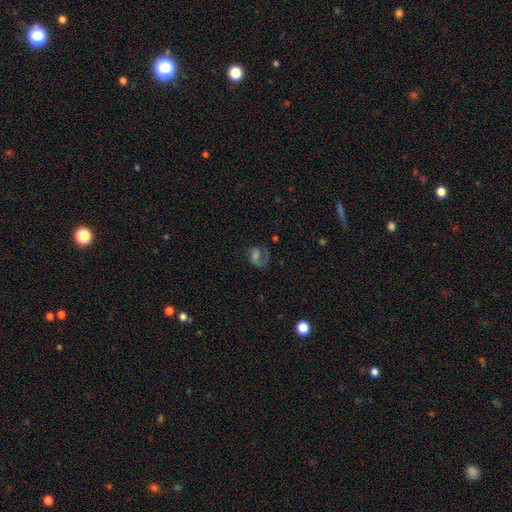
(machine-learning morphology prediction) Smooth or featured: featured or disk — 67% (smooth — 20%)
Edge-on disk: no — 97% (yes — 3%)
Bar: weak — 43% (no — 42%)
Spiral arms: yes — 88% (no — 12%)
Spiral winding: medium — 48% (loose — 34%)
Spiral arm count: 2 — 53% (1 — 37%)
Bulge size: small — 34% (moderate — 29%)
Merging: none — 57% (major disturbance — 23%)